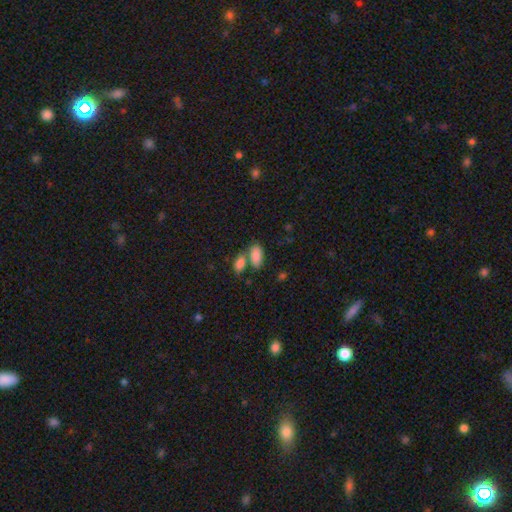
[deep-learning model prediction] Smooth or featured? smooth (86%)
How rounded? in between (91%)
Merging? none (44%)